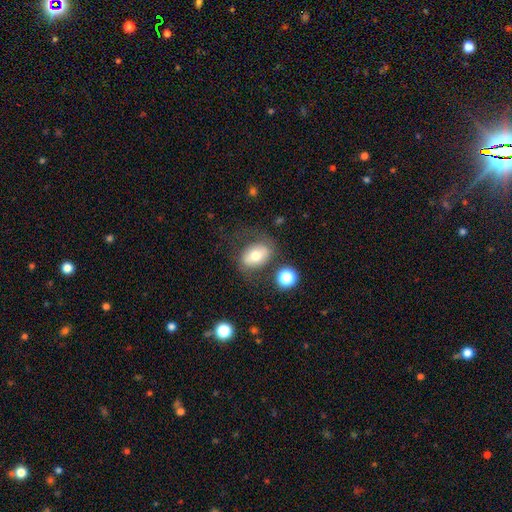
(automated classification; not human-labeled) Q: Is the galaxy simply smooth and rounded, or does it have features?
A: smooth — 63%.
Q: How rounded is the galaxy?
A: in between — 77%.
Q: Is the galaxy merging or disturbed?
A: none — 62%.